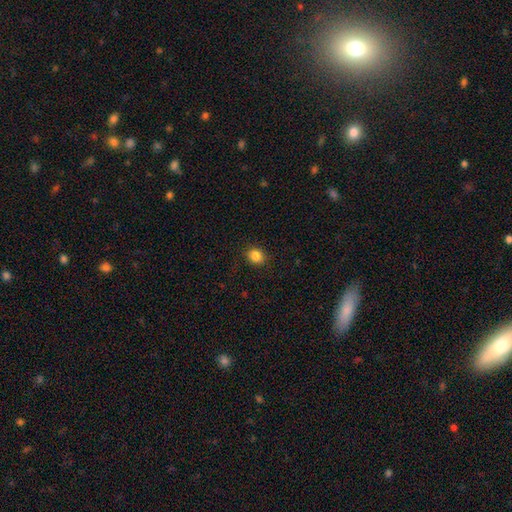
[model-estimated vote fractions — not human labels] Smooth or featured? Predicted: smooth (p=0.86). How rounded? Predicted: round (p=0.68). Merging? Predicted: none (p=0.89).